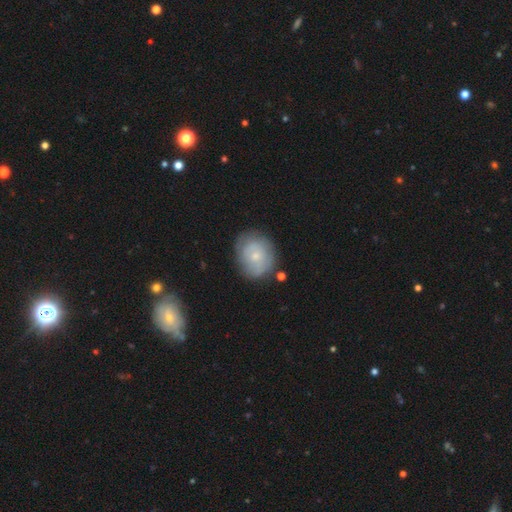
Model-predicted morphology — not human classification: smooth 59%, featured or disk 34%, star or artifact 7%. Down the decision tree: how rounded — round (66%); merging — none (71%).